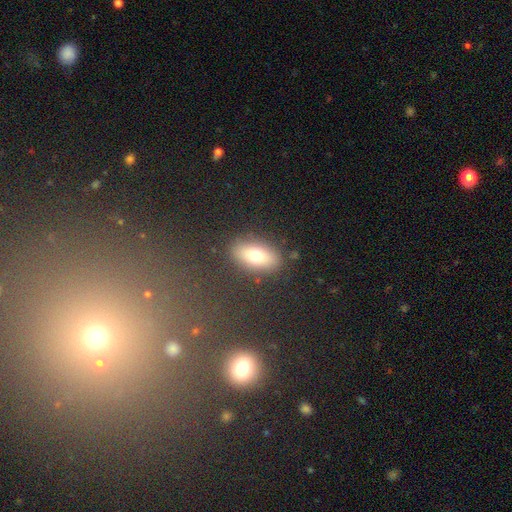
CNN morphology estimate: This appears to be a smooth galaxy with no disk features (73%) that is in between round and cigar-shaped (85%). Merging: none (85%).